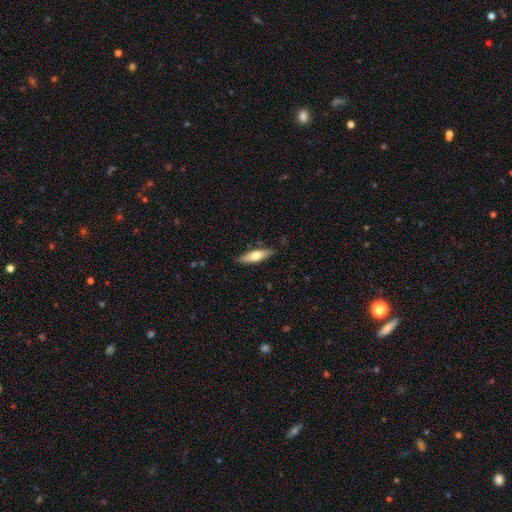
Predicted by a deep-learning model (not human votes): A smooth galaxy with no disk features (62%) that is cigar-shaped (55%). Merging: none (84%).